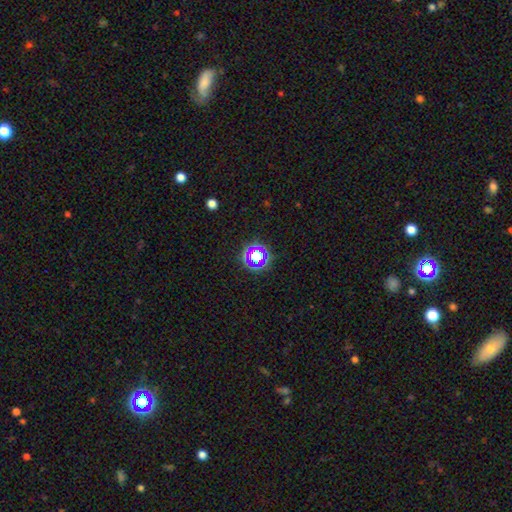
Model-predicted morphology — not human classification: Smooth or featured: star or artifact — 61% (smooth — 28%)